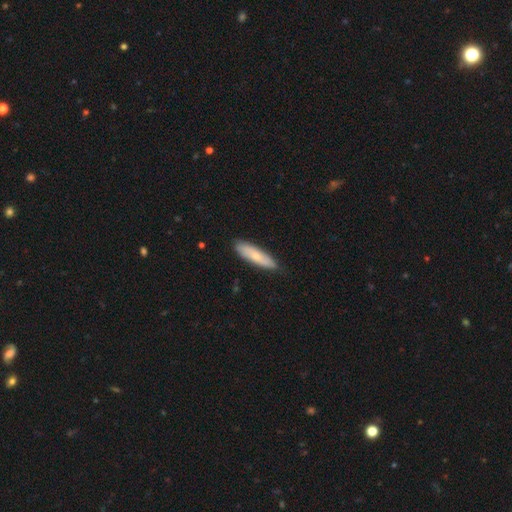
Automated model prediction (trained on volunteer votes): smooth_or_featured: smooth (p=0.69) [alt: featured or disk p=0.26]
how_rounded: cigar-shaped (p=0.64) [alt: in between p=0.34]
merging: none (p=0.83) [alt: minor disturbance p=0.14]